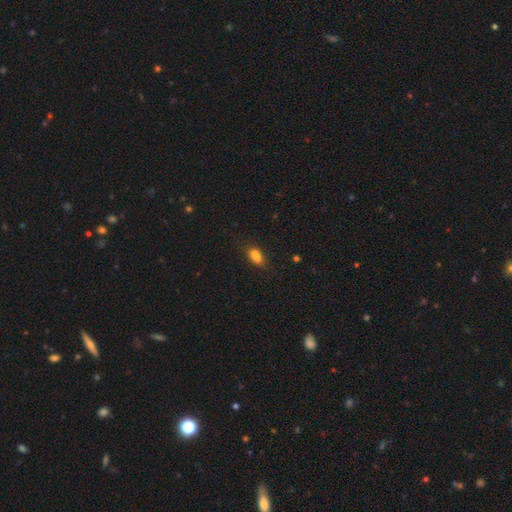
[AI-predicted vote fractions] Smooth or featured? smooth (84%)
How rounded? in between (85%)
Merging? none (75%)